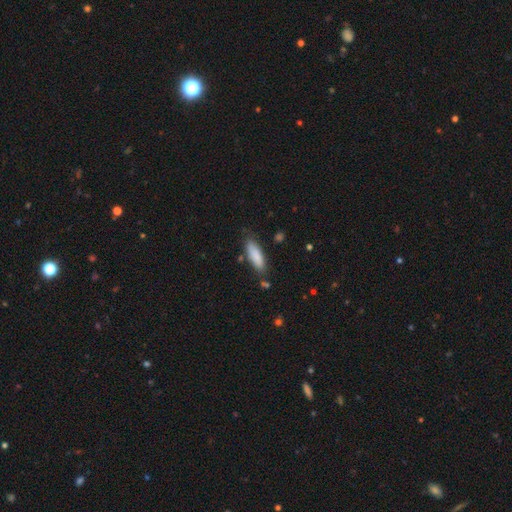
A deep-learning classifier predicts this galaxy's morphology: Smooth or featured? Predicted: smooth (p=0.86). How rounded? Predicted: in between (p=0.55). Merging? Predicted: none (p=0.77).